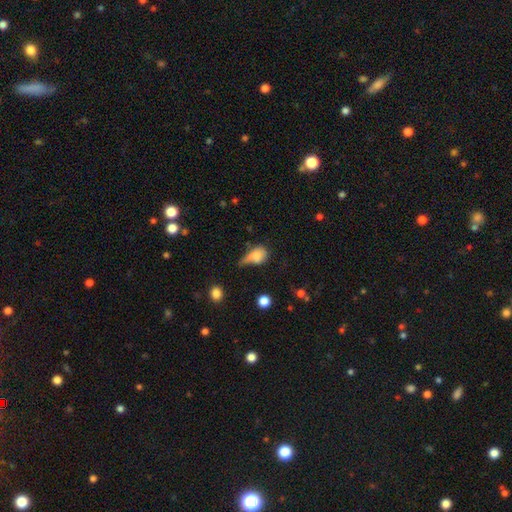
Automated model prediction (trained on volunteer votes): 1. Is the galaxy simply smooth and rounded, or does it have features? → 71% smooth, 18% featured or disk, 11% star or artifact.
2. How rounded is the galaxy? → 63% in between, 31% round, 6% cigar-shaped.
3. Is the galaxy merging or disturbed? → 32% major disturbance, 30% minor disturbance, 25% none, 14% merger.